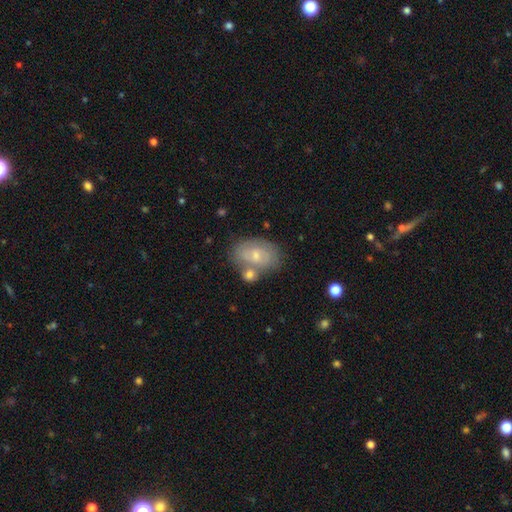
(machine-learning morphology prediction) Smooth or featured? smooth (52%)
How rounded? in between (82%)
Merging? none (57%)